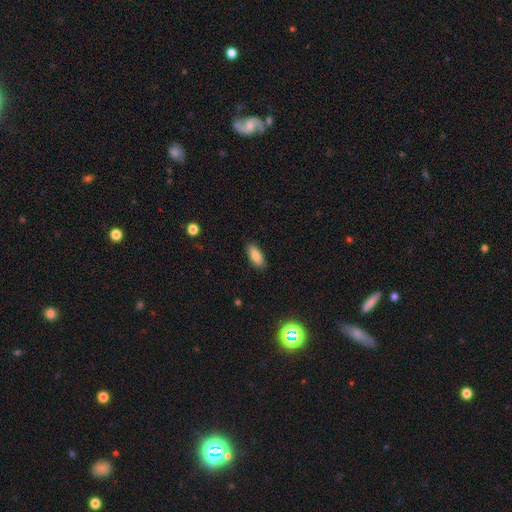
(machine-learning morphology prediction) Smooth or featured? smooth (85%)
How rounded? in between (84%)
Merging? none (89%)